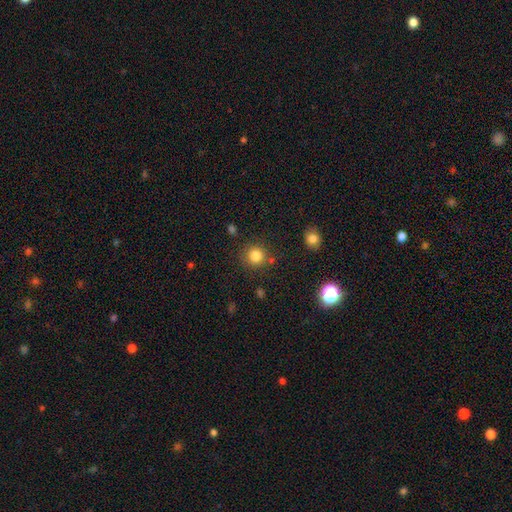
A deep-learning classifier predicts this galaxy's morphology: This is clearly a smooth galaxy (83%). How rounded: clearly round (92%). Merging: clearly none (84%).